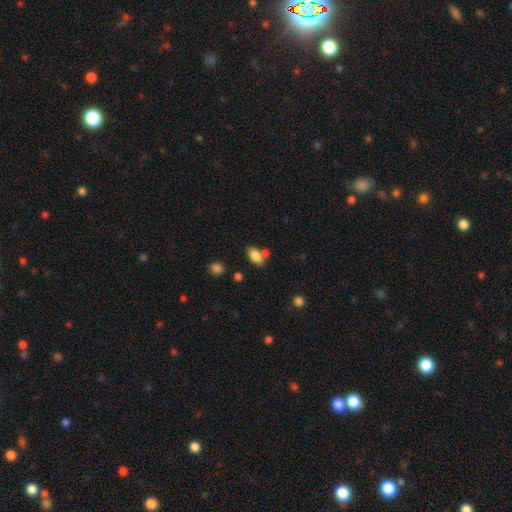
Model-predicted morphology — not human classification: This is clearly a smooth galaxy (83%). How rounded: clearly in between (89%). Merging: possibly none (57%).